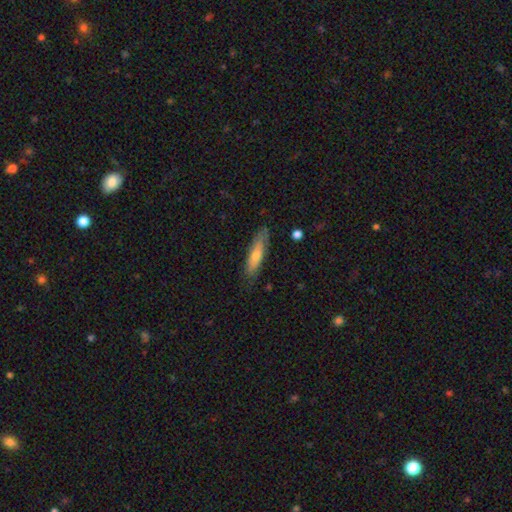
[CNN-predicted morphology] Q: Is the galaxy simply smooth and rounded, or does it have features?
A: smooth — 61%.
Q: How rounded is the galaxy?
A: cigar-shaped — 73%.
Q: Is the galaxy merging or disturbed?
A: none — 79%.